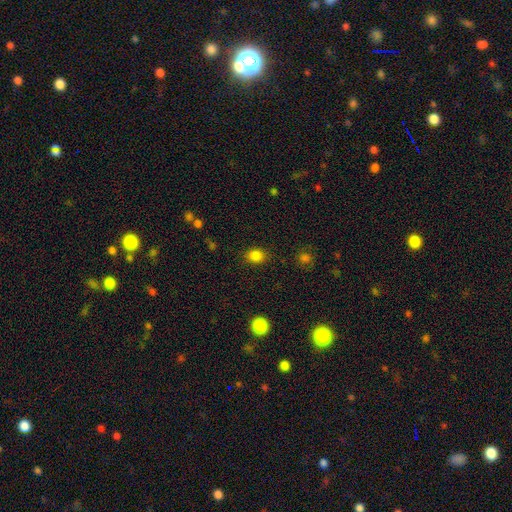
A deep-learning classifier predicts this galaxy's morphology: Overall: smooth (84%). How rounded: round (52%; in between 47%). Merging: none (86%).